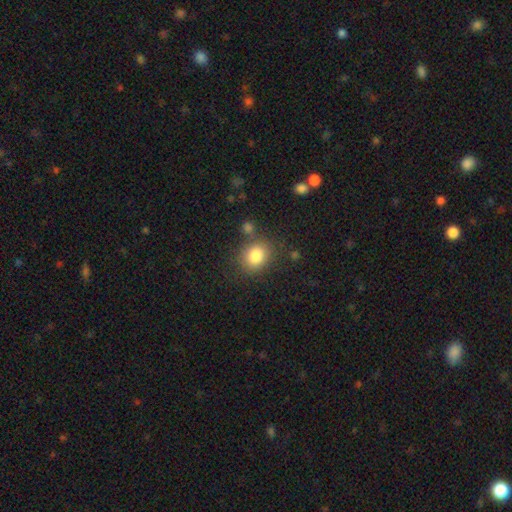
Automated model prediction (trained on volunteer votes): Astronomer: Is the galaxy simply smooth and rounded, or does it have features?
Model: smooth — 83%.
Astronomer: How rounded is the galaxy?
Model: round — 63%.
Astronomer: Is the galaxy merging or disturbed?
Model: none — 73%.